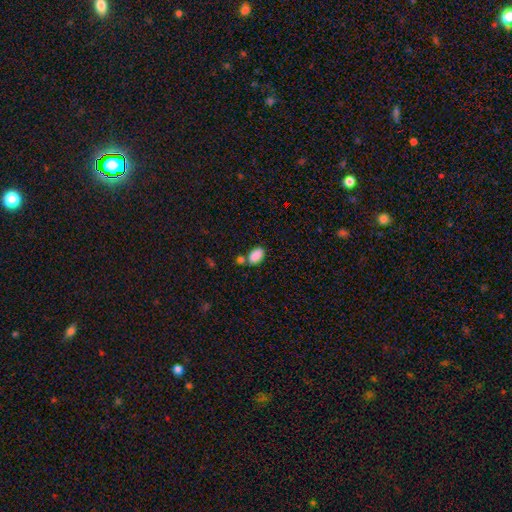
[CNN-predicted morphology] Overall: smooth (88%). How rounded: in between (92%). Merging: none (63%).